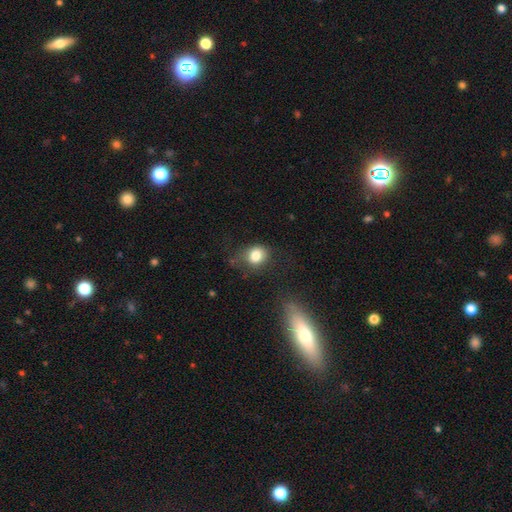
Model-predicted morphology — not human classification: A smooth galaxy with no disk features (81%) that is round (58%).

Vote fractions:
- Smooth or featured? smooth: 81% / star or artifact: 10% / featured or disk: 9%
- How rounded? round: 58% / in between: 41% / cigar-shaped: 1%
- Merging? none: 54% / minor disturbance: 28% / major disturbance: 14% / merger: 4%